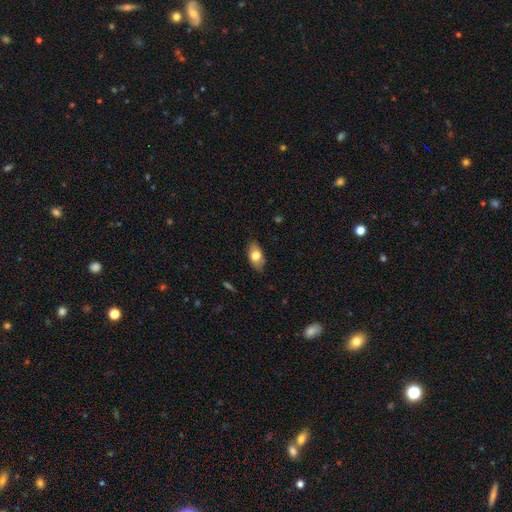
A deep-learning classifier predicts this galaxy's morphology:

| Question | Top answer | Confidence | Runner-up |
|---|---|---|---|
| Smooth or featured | smooth | 71% | featured or disk (22%) |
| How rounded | in between | 90% | round (6%) |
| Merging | none | 80% | minor disturbance (16%) |